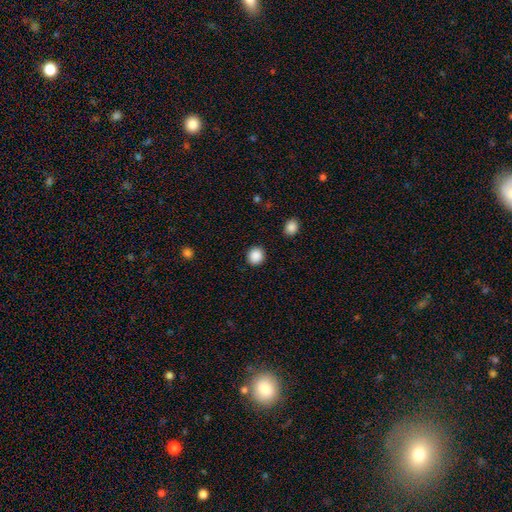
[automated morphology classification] This is clearly a smooth galaxy (89%). How rounded: clearly round (87%). Merging: clearly none (91%).